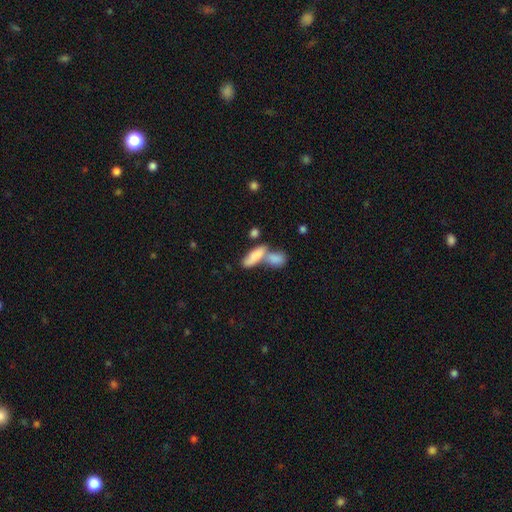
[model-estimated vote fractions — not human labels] The model was most divided on "merging": merger: 54%, none: 31%, minor disturbance: 10%, major disturbance: 5%. More confident: smooth or featured — smooth (79%); how rounded — in between (63%).